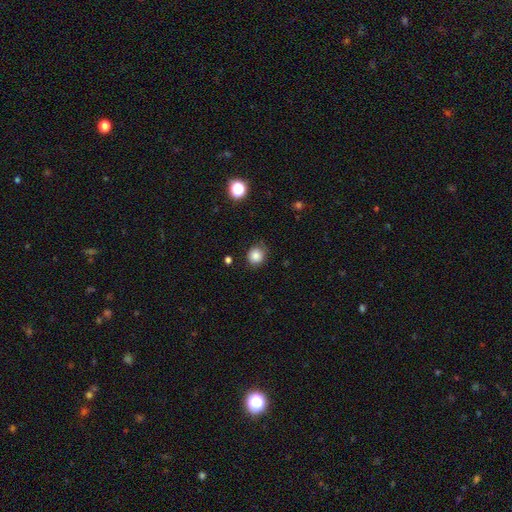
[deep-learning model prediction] smooth-or-featured: smooth: 84% | star or artifact: 11% | featured or disk: 5%
  how-rounded: round: 89% | in between: 10% | cigar-shaped: 1%
  merging: none: 82% | minor disturbance: 13% | major disturbance: 3% | merger: 2%